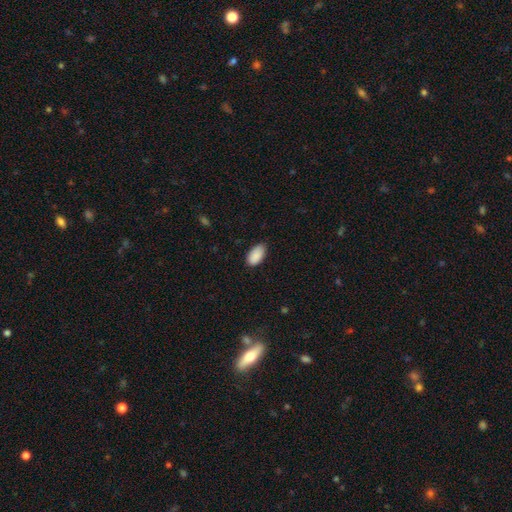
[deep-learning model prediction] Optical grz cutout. It shows a smooth galaxy with no disk features (90%) that is in between round and cigar-shaped (95%). Merging: none (80%).